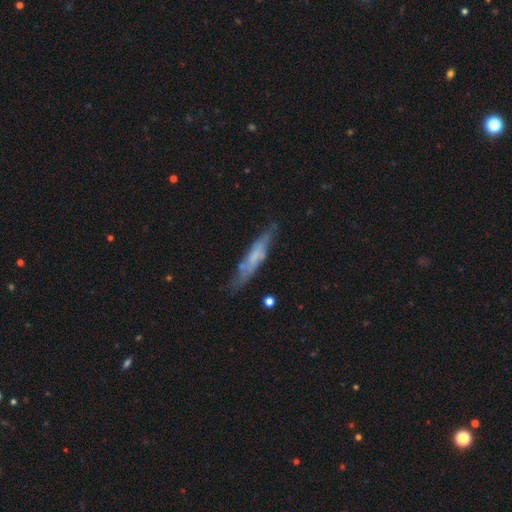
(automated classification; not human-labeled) smooth-or-featured: featured or disk: 51% | smooth: 38% | star or artifact: 11%
  disk-edge-on: yes: 77% | no: 23%
  merging: none: 79% | minor disturbance: 16% | major disturbance: 4% | merger: 2%